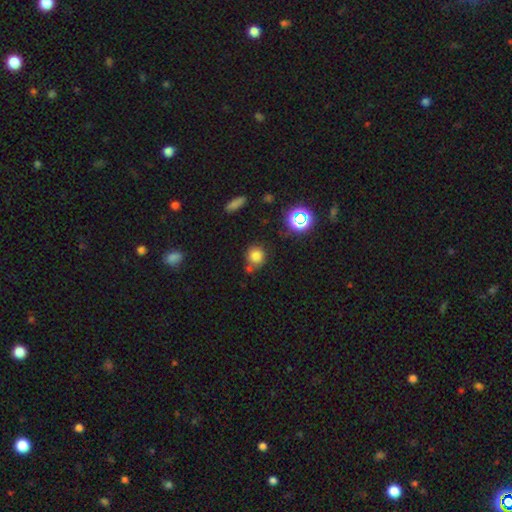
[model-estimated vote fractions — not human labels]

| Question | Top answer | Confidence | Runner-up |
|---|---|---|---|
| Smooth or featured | smooth | 76% | star or artifact (17%) |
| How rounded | round | 87% | in between (12%) |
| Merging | none | 65% | minor disturbance (16%) |